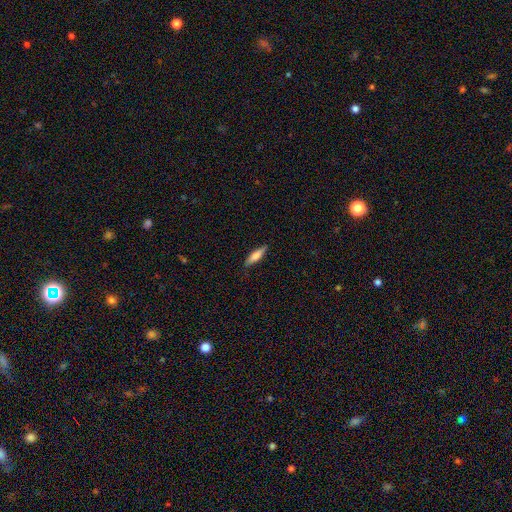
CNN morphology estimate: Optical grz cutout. It shows a smooth galaxy with no disk features (65%) that is cigar-shaped (73%). Merging: none (85%).